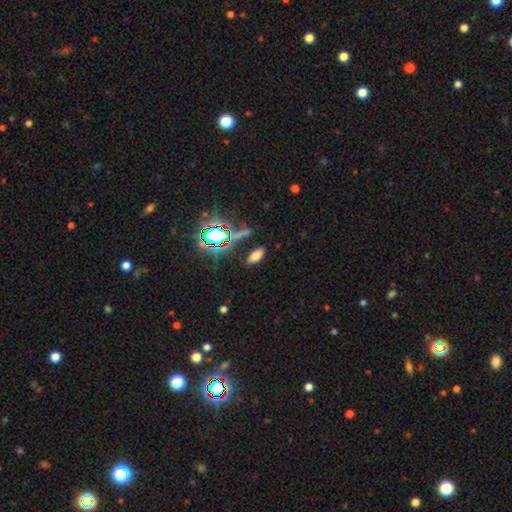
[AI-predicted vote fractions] A smooth galaxy with no disk features (66%) that is in between round and cigar-shaped (84%).

Vote fractions:
- Smooth or featured? smooth: 66% / star or artifact: 24% / featured or disk: 10%
- How rounded? in between: 84% / cigar-shaped: 12% / round: 5%
- Merging? none: 84% / minor disturbance: 9% / major disturbance: 4% / merger: 3%